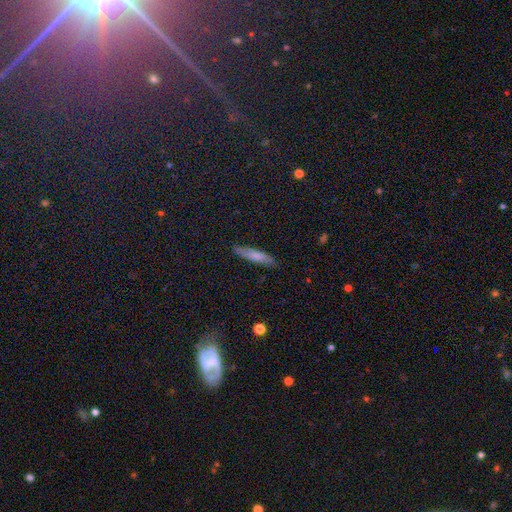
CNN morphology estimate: type=smooth (70%); roundness=cigar-shaped (85%); merging=none (85%).